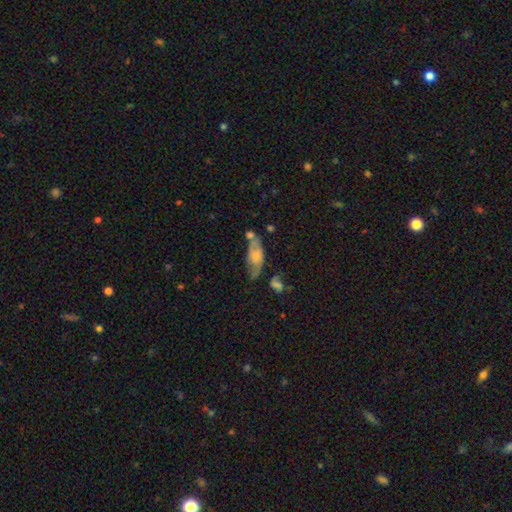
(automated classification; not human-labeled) Smooth or featured?
  - smooth: 51% *
  - featured or disk: 42%
  - star or artifact: 7%
How rounded?
  - in between: 77% *
  - cigar-shaped: 19%
  - round: 4%
Merging?
  - none: 39% *
  - minor disturbance: 27%
  - merger: 19%
  - major disturbance: 15%